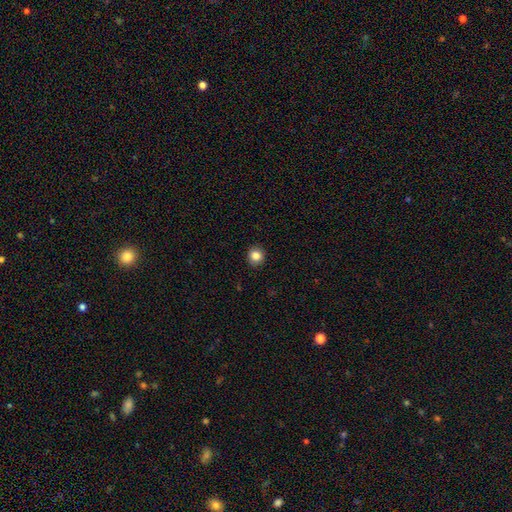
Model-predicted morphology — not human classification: A smooth galaxy with no disk features (85%) that is round (89%).

Vote fractions:
- Smooth or featured? smooth: 85% / star or artifact: 10% / featured or disk: 5%
- How rounded? round: 89% / in between: 10% / cigar-shaped: 1%
- Merging? none: 91% / minor disturbance: 6% / major disturbance: 2% / merger: 1%